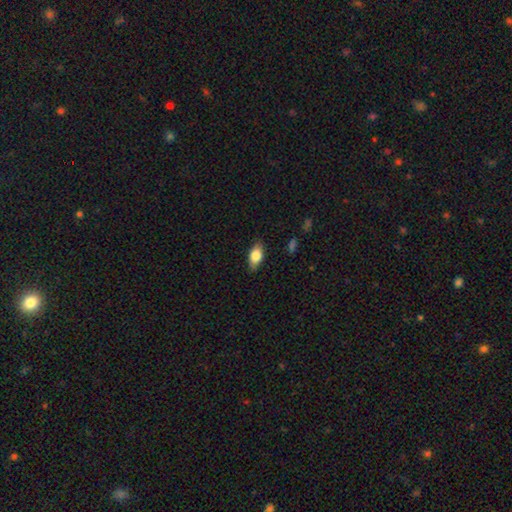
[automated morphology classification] A smooth galaxy with no disk features (80%) that is in between round and cigar-shaped (89%). Merging: none (82%).